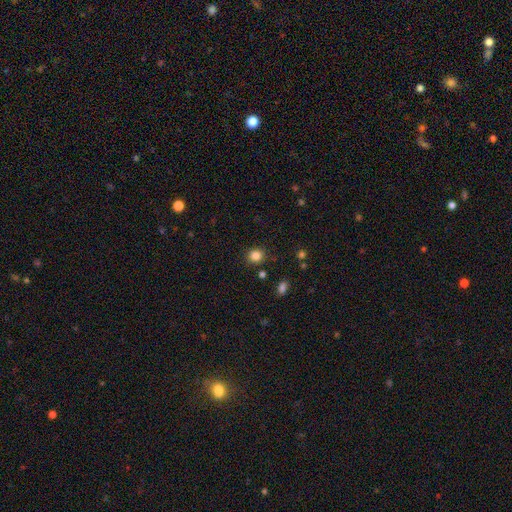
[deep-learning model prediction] This appears to be a smooth galaxy with no disk features (84%) that is round (83%). Merging: none (87%).